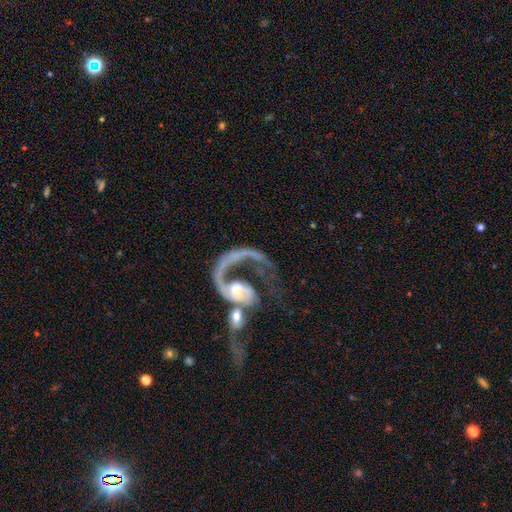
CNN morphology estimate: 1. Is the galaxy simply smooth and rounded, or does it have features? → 80% featured or disk, 13% smooth, 7% star or artifact.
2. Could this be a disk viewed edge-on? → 96% no, 4% yes.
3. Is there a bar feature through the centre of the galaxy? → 67% no, 23% weak, 10% strong.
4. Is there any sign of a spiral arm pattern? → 79% yes, 21% no.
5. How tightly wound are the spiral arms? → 57% loose, 28% medium, 15% tight.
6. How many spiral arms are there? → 77% 1, 13% 2, 5% can't tell, 2% 3, 1% 4, 1% more than 4.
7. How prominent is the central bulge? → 56% moderate, 27% small, 9% large, 5% none, 3% dominant.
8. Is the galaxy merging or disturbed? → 44% merger, 32% major disturbance, 16% none, 8% minor disturbance.